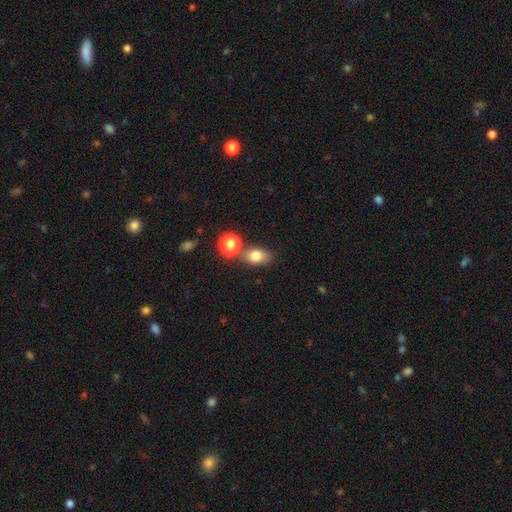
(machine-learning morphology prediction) Overall: smooth (77%). How rounded: in between (70%). Merging: none (66%).